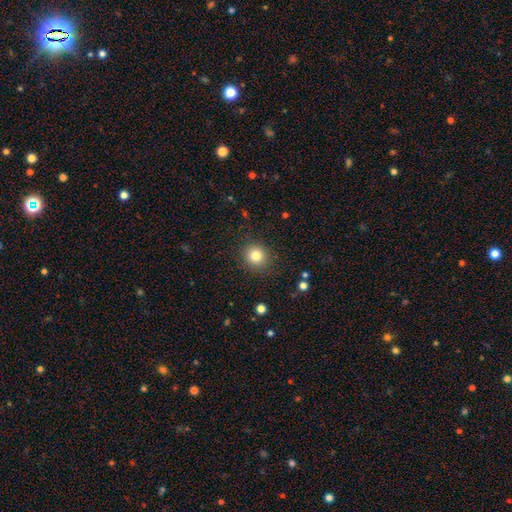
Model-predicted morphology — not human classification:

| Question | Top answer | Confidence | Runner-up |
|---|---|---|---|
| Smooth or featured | smooth | 81% | star or artifact (12%) |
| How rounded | round | 89% | in between (10%) |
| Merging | none | 88% | minor disturbance (8%) |